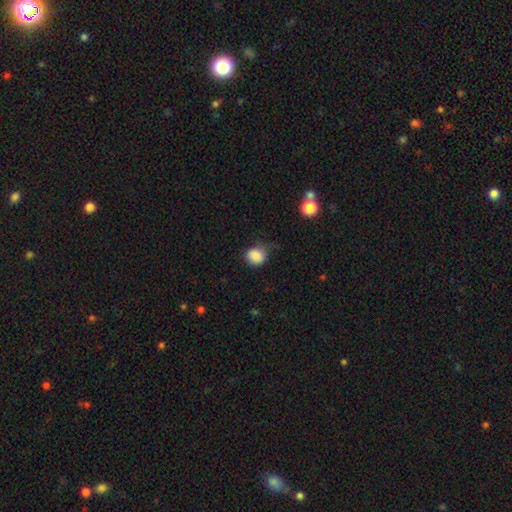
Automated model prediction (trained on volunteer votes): Q: Smooth or featured?
A: smooth (86%); runner-up: star or artifact (9%)
Q: How rounded?
A: round (69%); runner-up: in between (30%)
Q: Merging?
A: none (52%); runner-up: minor disturbance (34%)